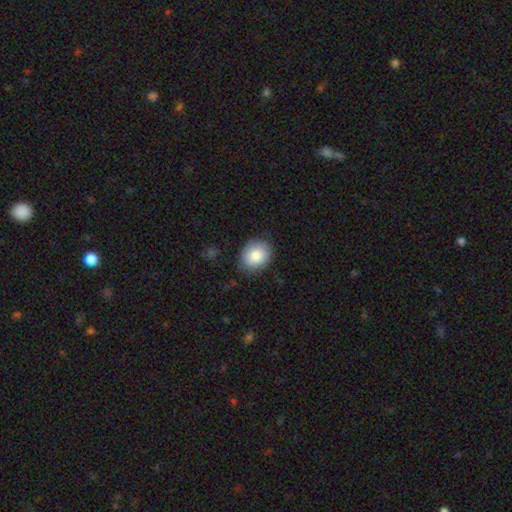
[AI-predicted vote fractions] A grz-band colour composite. It shows a smooth galaxy with no disk features (84%) that is round (58%). Merging: none (81%).